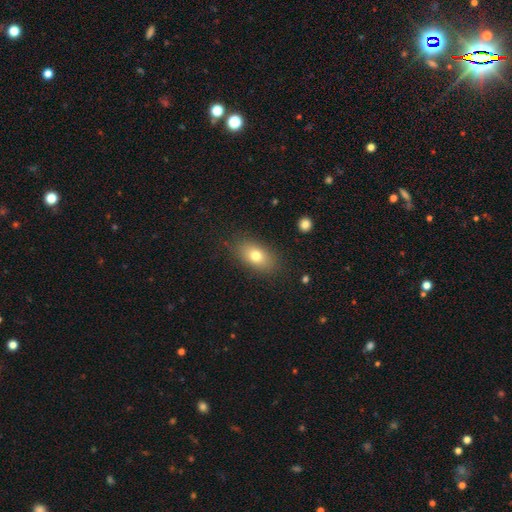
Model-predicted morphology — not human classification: This is likely a smooth galaxy (75%). How rounded: clearly in between (85%). Merging: clearly none (83%).